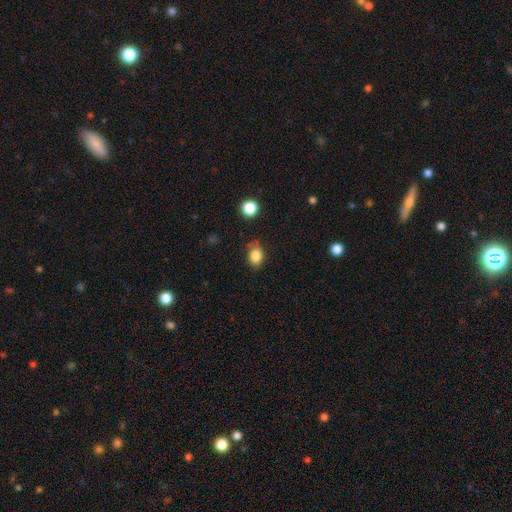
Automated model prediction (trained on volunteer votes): Smooth or featured? smooth (84%)
How rounded? in between (68%)
Merging? none (72%)